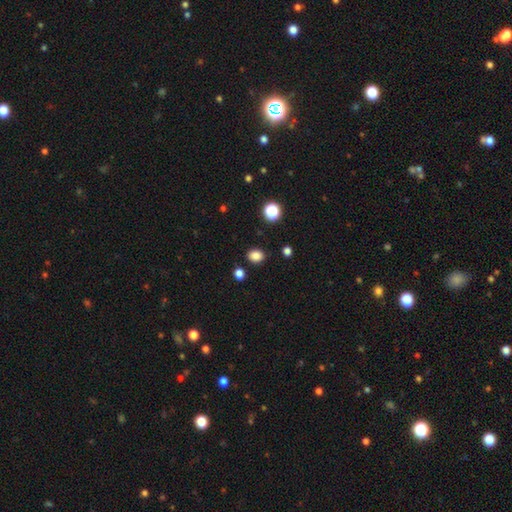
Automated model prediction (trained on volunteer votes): A smooth galaxy with no disk features (84%) that is in between round and cigar-shaped (50%).

Vote fractions:
- Smooth or featured? smooth: 84% / star or artifact: 12% / featured or disk: 4%
- How rounded? in between: 50% / round: 49% / cigar-shaped: 1%
- Merging? none: 86% / minor disturbance: 9% / merger: 3% / major disturbance: 3%